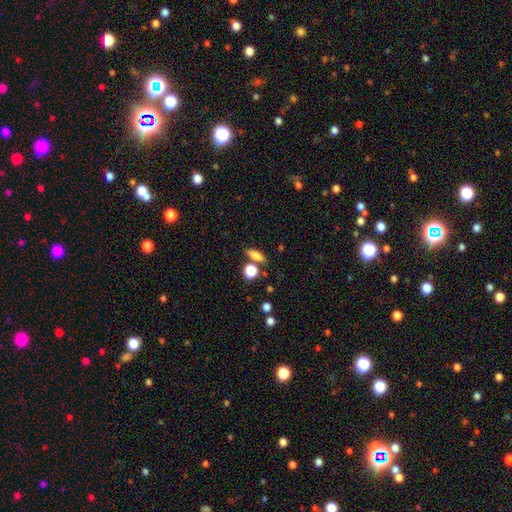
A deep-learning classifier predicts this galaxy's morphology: The model was most divided on "how rounded": in between: 53%, cigar-shaped: 32%, round: 15%. More confident: smooth or featured — smooth (71%); merging — none (71%).